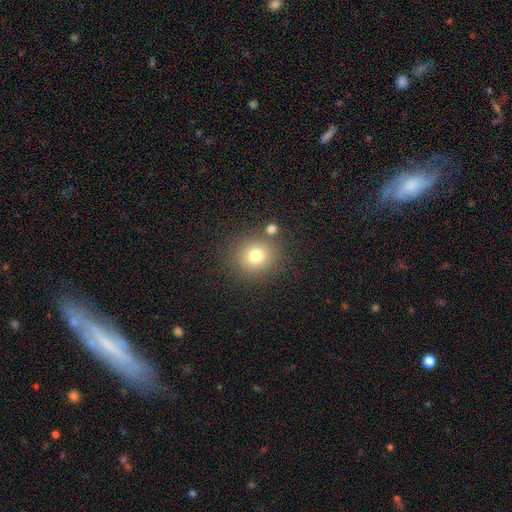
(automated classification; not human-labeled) smooth-or-featured: smooth: 76% | star or artifact: 15% | featured or disk: 9%
  how-rounded: round: 88% | in between: 11% | cigar-shaped: 1%
  merging: none: 81% | minor disturbance: 8% | merger: 7% | major disturbance: 3%